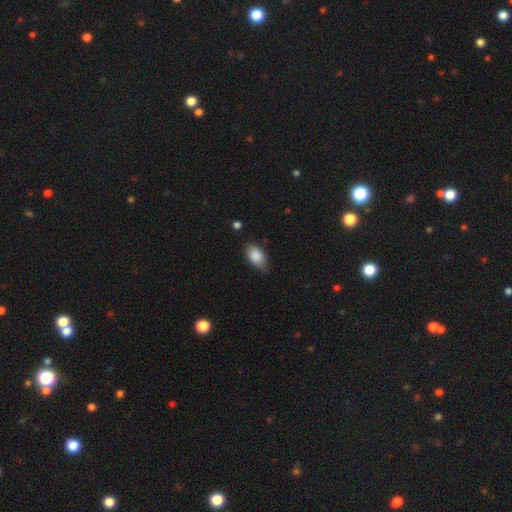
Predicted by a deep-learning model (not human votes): smooth-or-featured: smooth: 85% | featured or disk: 9% | star or artifact: 7%
  how-rounded: in between: 89% | round: 9% | cigar-shaped: 2%
  merging: none: 66% | minor disturbance: 28% | major disturbance: 5% | merger: 2%